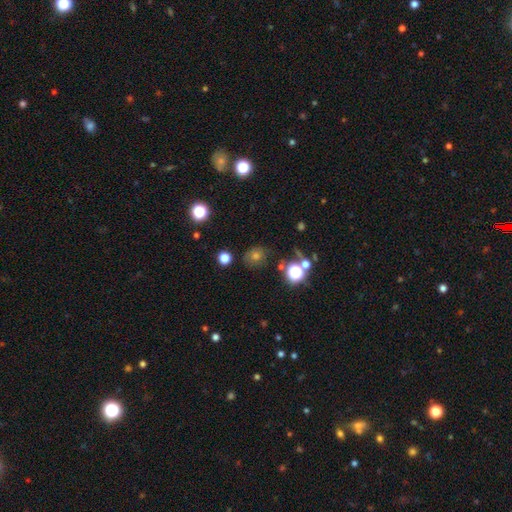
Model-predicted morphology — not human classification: smooth-or-featured: smooth: 59% | star or artifact: 29% | featured or disk: 12%
  how-rounded: round: 69% | in between: 29% | cigar-shaped: 1%
  merging: none: 76% | minor disturbance: 14% | major disturbance: 5% | merger: 4%